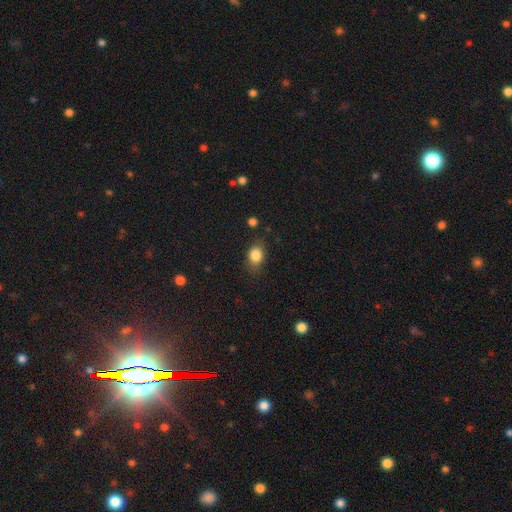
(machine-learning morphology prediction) This appears to be a smooth galaxy with no disk features (84%) that is in between round and cigar-shaped (61%). Merging: none (74%).